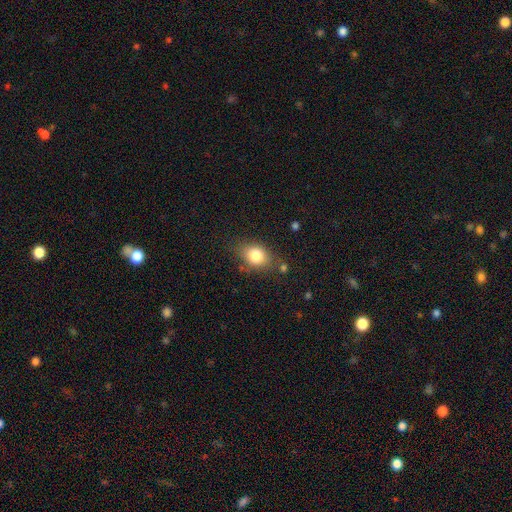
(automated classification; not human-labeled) Q: Smooth or featured?
A: smooth (81%); runner-up: featured or disk (9%)
Q: How rounded?
A: in between (63%); runner-up: round (35%)
Q: Merging?
A: none (72%); runner-up: minor disturbance (18%)